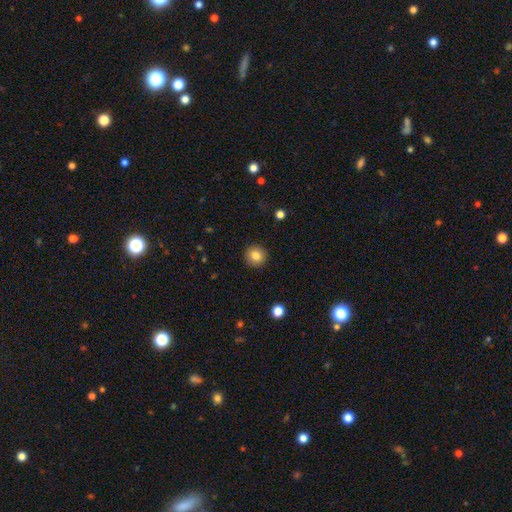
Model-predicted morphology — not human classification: A smooth galaxy with no disk features (83%) that is round (92%). Merging: none (92%).